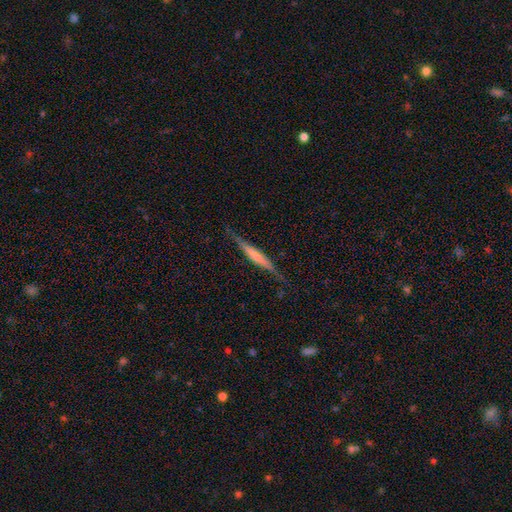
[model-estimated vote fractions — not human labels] A featured or disk galaxy (57%) viewed edge-on (95%) with no central bulge (46%). Merging: none (80%).